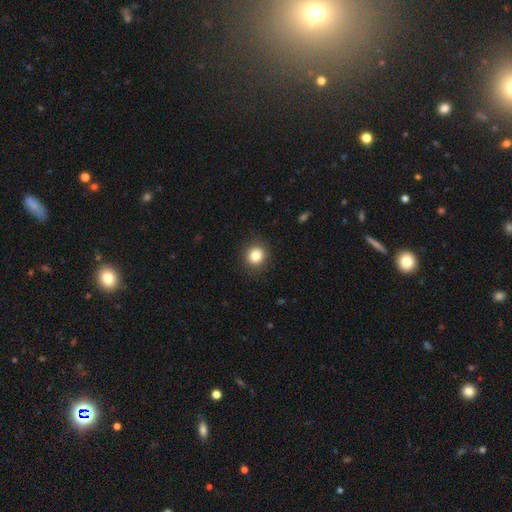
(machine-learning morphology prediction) type=smooth (83%); roundness=round (87%); merging=none (90%).